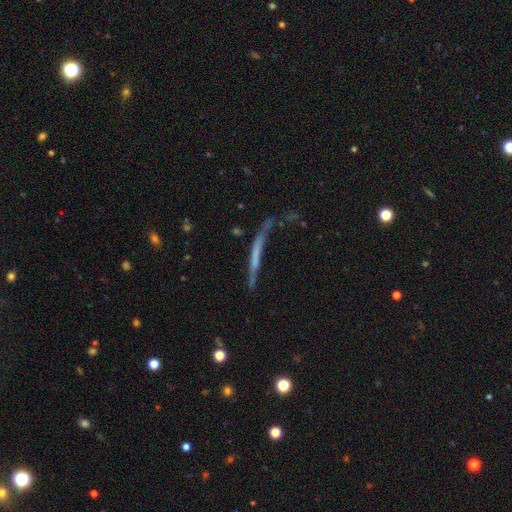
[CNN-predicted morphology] This is possibly a featured or disk galaxy (52%). It is clearly viewed edge-on (80%). Merging: marginally none (42%).